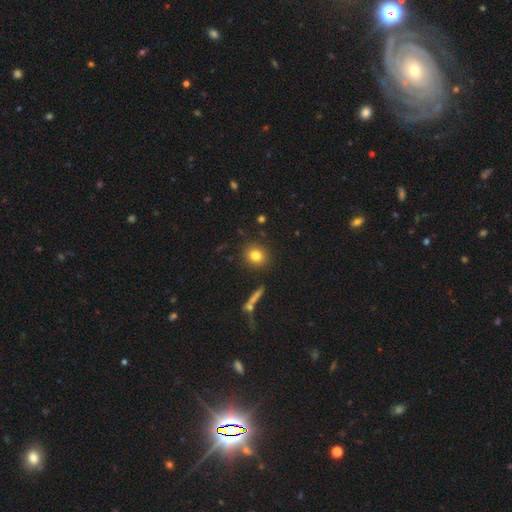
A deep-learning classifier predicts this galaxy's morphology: smooth 81%, star or artifact 11%, featured or disk 8%. Down the decision tree: how rounded — round (80%); merging — none (89%).